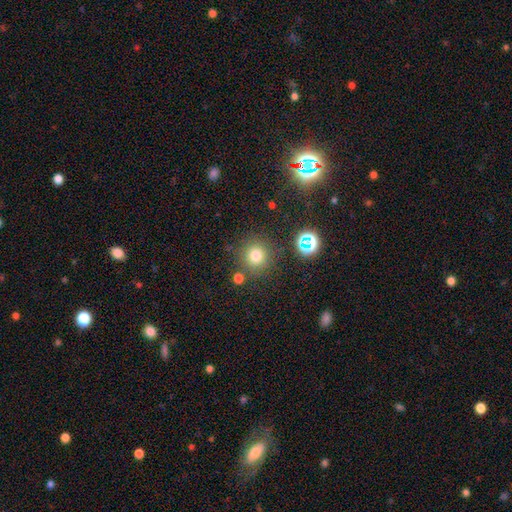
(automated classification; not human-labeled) This is likely a smooth galaxy (75%). How rounded: clearly round (93%). Merging: clearly none (83%).